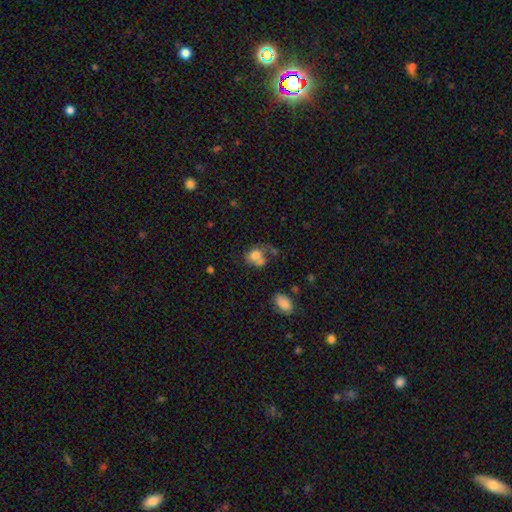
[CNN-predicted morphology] Overall: smooth (72%). How rounded: round (51%; in between 48%). Merging: merger (40%; none 29%).